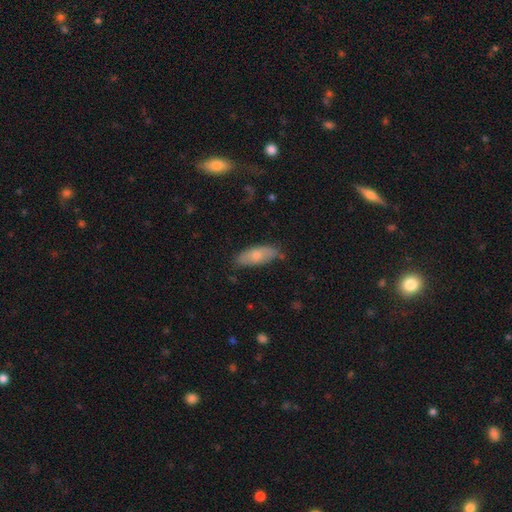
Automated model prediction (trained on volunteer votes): Overall: smooth (65%; featured or disk 27%). How rounded: in between (72%). Merging: none (71%).